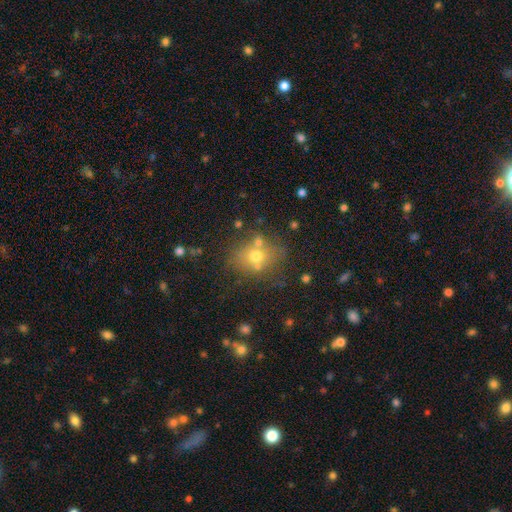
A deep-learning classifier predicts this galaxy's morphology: Smooth or featured? Predicted: smooth (p=0.58). How rounded? Predicted: round (p=0.62). Merging? Predicted: none (p=0.69).